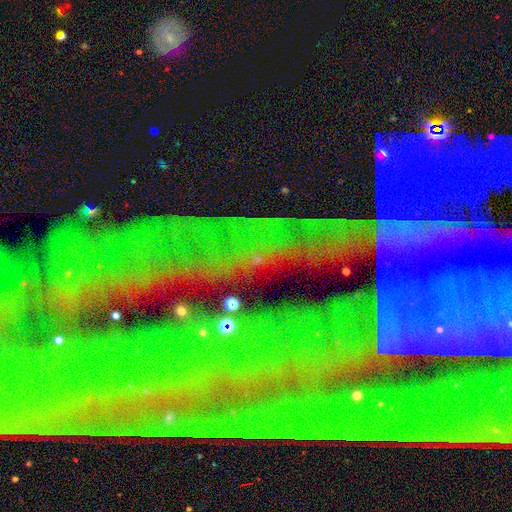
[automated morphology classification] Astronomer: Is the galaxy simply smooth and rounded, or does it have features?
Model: star or artifact — 80%.